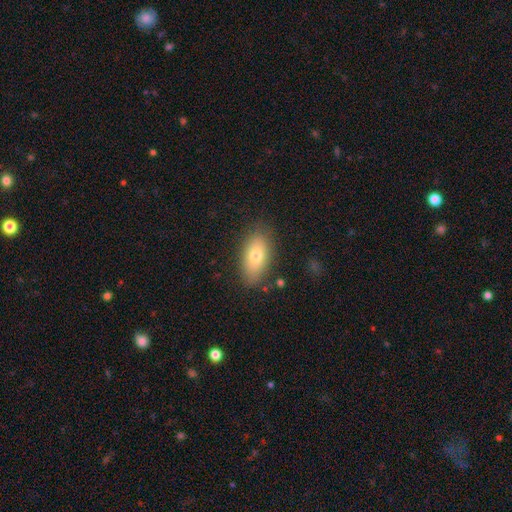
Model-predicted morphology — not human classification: A smooth galaxy with no disk features (71%) that is in between round and cigar-shaped (89%).

Vote fractions:
- Smooth or featured? smooth: 71% / featured or disk: 20% / star or artifact: 9%
- How rounded? in between: 89% / cigar-shaped: 6% / round: 5%
- Merging? none: 84% / minor disturbance: 11% / major disturbance: 3% / merger: 2%